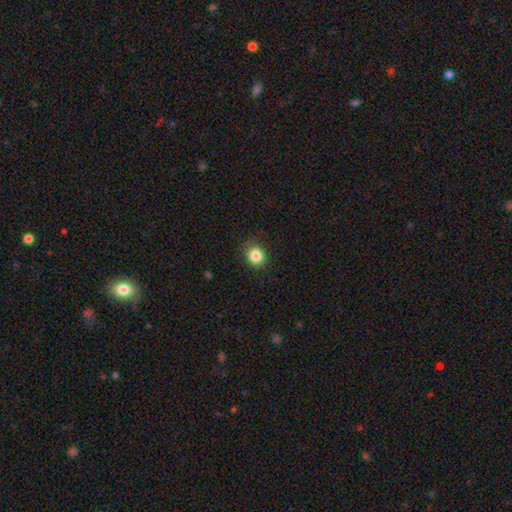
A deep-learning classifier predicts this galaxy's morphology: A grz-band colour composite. It shows a smooth galaxy with no disk features (85%) that is round (78%). Merging: none (86%).